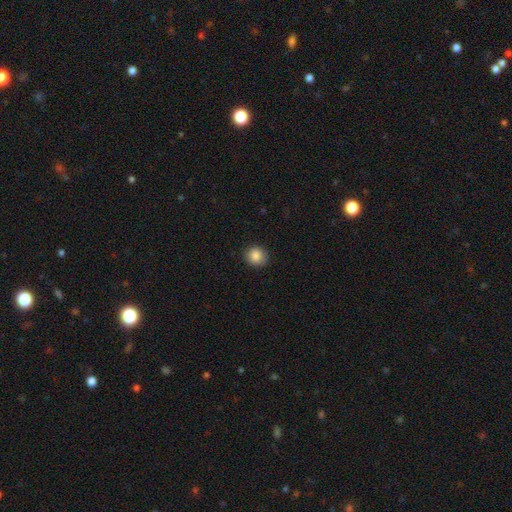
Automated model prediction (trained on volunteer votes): Morphology: type=smooth (87%); roundness=round (89%); merging=none (89%).